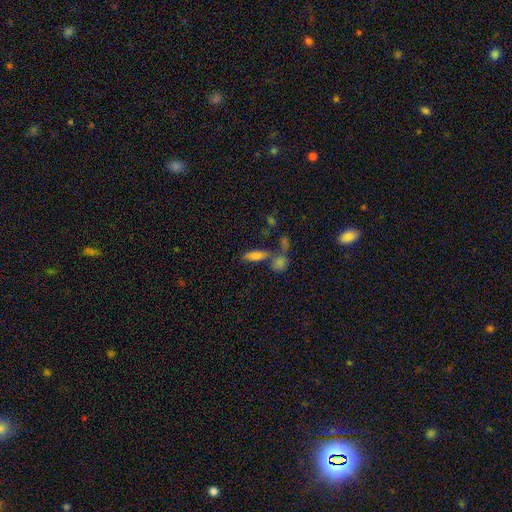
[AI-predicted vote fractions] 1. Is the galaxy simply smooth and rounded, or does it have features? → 76% smooth, 13% featured or disk, 10% star or artifact.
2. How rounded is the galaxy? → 68% in between, 28% cigar-shaped, 5% round.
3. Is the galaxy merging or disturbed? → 46% none, 37% merger, 11% minor disturbance, 6% major disturbance.